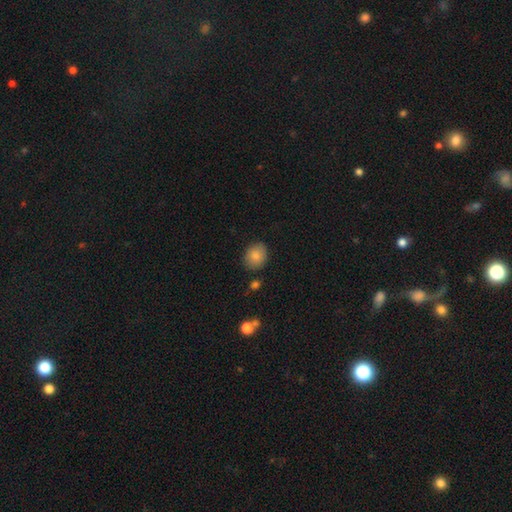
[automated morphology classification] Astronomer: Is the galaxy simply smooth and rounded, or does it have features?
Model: smooth — 83%.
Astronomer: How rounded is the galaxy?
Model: round — 60% (runner-up: in between, 39%).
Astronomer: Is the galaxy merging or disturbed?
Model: none — 84%.